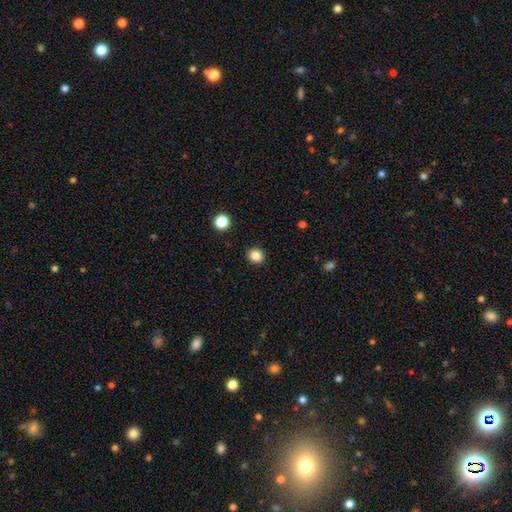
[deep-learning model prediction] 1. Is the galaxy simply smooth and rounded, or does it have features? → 85% smooth, 11% star or artifact, 4% featured or disk.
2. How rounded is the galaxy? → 84% round, 15% in between, 1% cigar-shaped.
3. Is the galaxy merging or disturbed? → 92% none, 5% minor disturbance, 2% major disturbance, 1% merger.